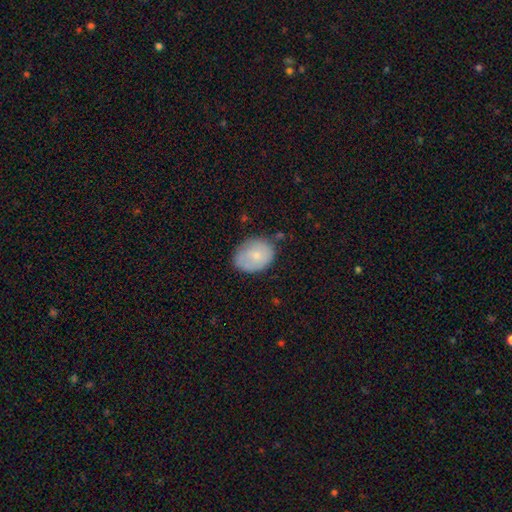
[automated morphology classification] type=smooth (73%); roundness=in between (62%); merging=none (68%).